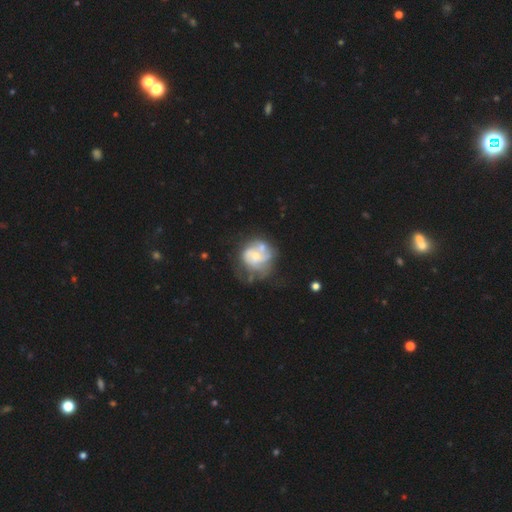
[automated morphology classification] Smooth or featured?
  - featured or disk: 61% *
  - smooth: 31%
  - star or artifact: 8%
Edge-on disk?
  - no: 98% *
  - yes: 2%
Bar?
  - no: 78% *
  - weak: 18%
  - strong: 3%
Spiral arms?
  - no: 54% *
  - yes: 46%
Bulge size?
  - small: 46% *
  - moderate: 43%
  - none: 5%
  - large: 4%
  - dominant: 1%
Merging?
  - none: 35% *
  - minor disturbance: 22%
  - major disturbance: 22%
  - merger: 21%